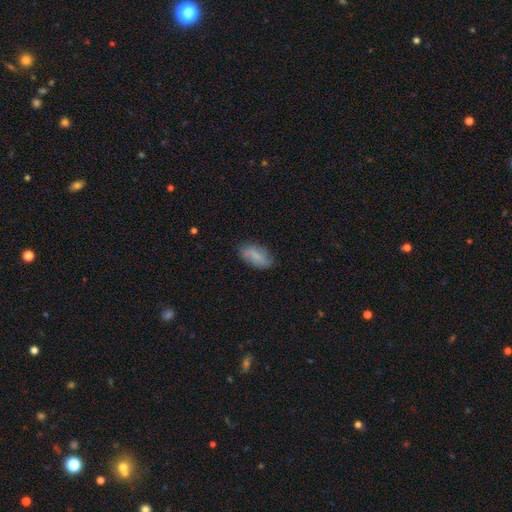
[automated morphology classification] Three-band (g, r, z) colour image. It shows a smooth galaxy with no disk features (77%) that is in between round and cigar-shaped (90%). Merging: none (77%).